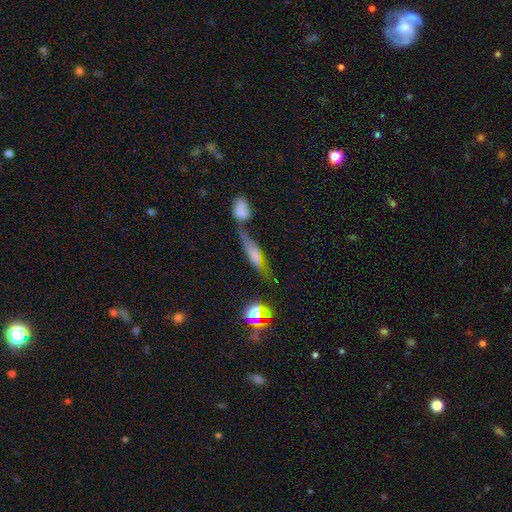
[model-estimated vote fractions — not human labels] Smooth or featured? smooth (45%)
Merging? none (39%)